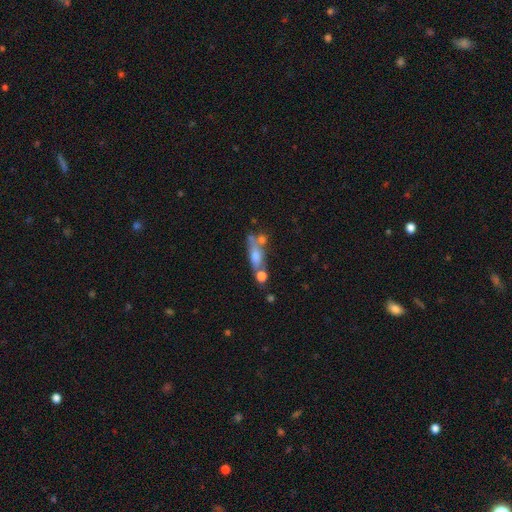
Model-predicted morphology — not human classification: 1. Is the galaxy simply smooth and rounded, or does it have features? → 54% smooth, 34% featured or disk, 11% star or artifact.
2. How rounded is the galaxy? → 47% in between, 44% cigar-shaped, 9% round.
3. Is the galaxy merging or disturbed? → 40% none, 34% merger, 16% minor disturbance, 11% major disturbance.